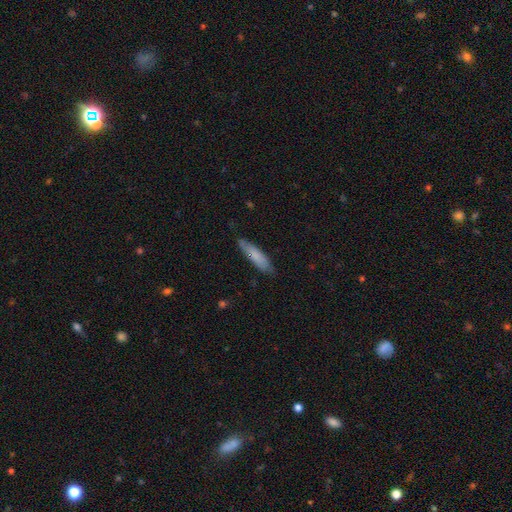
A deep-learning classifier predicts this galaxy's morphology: Smooth or featured? Predicted: smooth (p=0.76). How rounded? Predicted: cigar-shaped (p=0.71). Merging? Predicted: none (p=0.77).